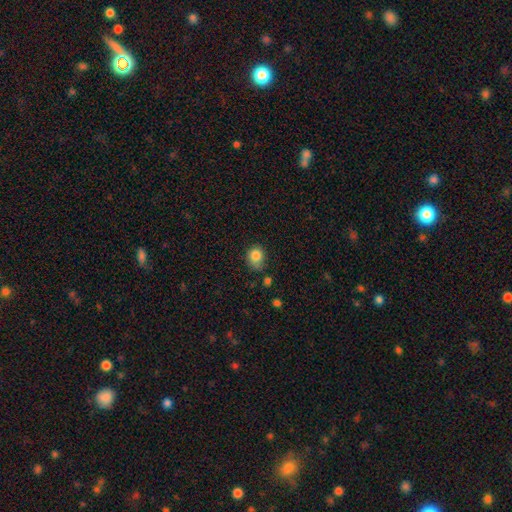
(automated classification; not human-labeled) smooth_or_featured: smooth (p=0.84) [alt: star or artifact p=0.10]
how_rounded: round (p=0.66) [alt: in between p=0.33]
merging: none (p=0.61) [alt: minor disturbance p=0.28]